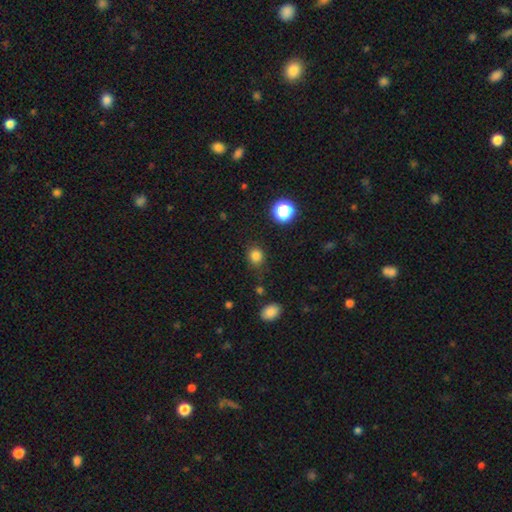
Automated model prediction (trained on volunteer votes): Smooth or featured?
  - smooth: 82% *
  - star or artifact: 15%
  - featured or disk: 4%
How rounded?
  - round: 80% *
  - in between: 19%
  - cigar-shaped: 1%
Merging?
  - none: 81% *
  - minor disturbance: 13%
  - major disturbance: 4%
  - merger: 2%